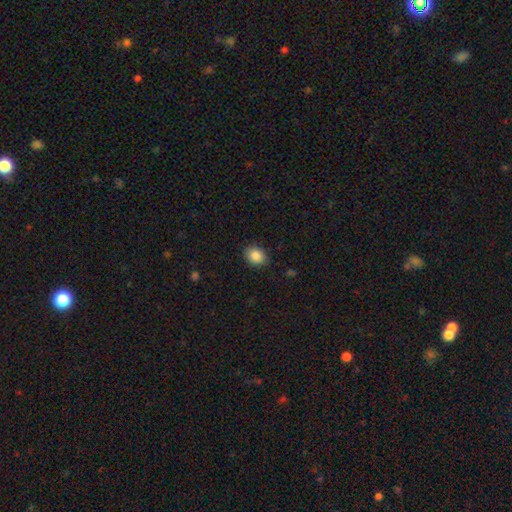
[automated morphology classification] Q: Smooth or featured?
A: smooth (86%); runner-up: star or artifact (9%)
Q: How rounded?
A: in between (53%); runner-up: round (46%)
Q: Merging?
A: none (86%); runner-up: minor disturbance (10%)